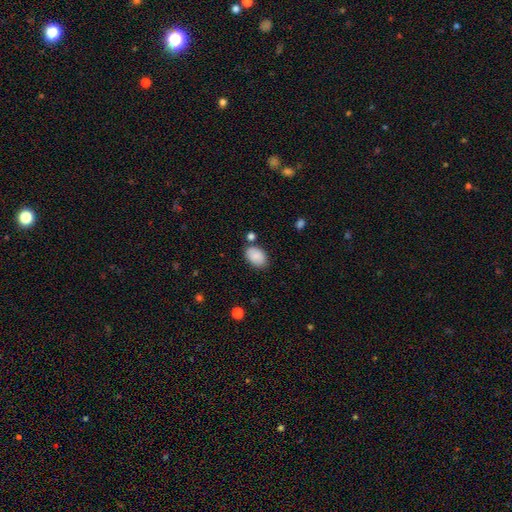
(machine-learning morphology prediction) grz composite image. It shows a smooth galaxy with no disk features (88%) that is in between round and cigar-shaped (89%). Merging: none (76%).